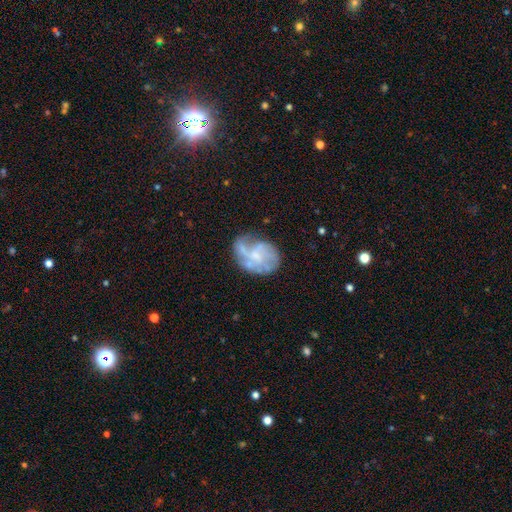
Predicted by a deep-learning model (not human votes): smooth-or-featured: featured or disk: 67% | smooth: 25% | star or artifact: 8%
  disk-edge-on: no: 98% | yes: 2%
    bar: no: 66% | weak: 29% | strong: 5%
    has-spiral-arms: yes: 68% | no: 32%
    bulge-size: small: 44% | none: 27% | moderate: 25% | large: 3% | dominant: 1%
  merging: none: 51% | minor disturbance: 24% | major disturbance: 20% | merger: 5%